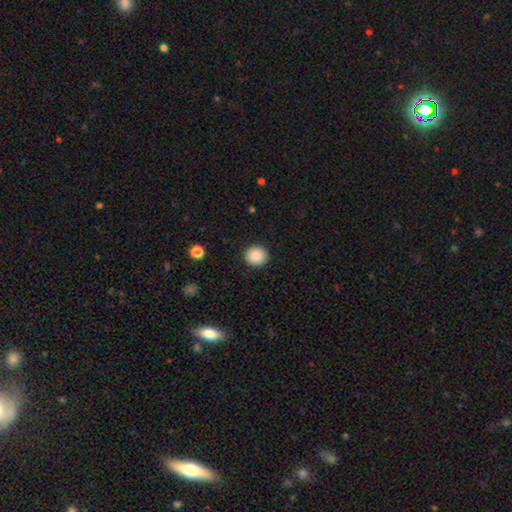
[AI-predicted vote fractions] A smooth galaxy with no disk features (88%) that is round (89%). Merging: none (92%).